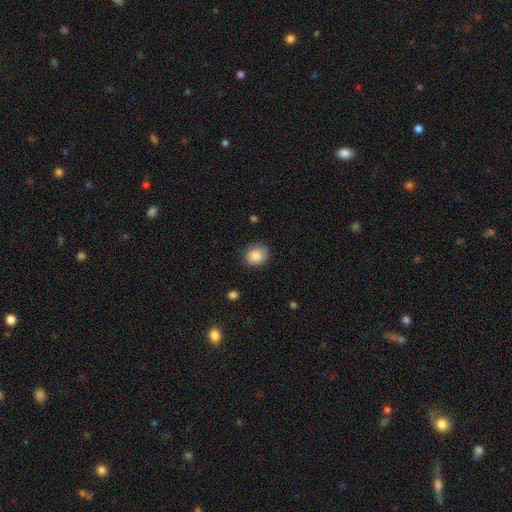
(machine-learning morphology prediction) Q: Smooth or featured?
A: smooth (87%); runner-up: star or artifact (8%)
Q: How rounded?
A: round (69%); runner-up: in between (31%)
Q: Merging?
A: none (79%); runner-up: minor disturbance (16%)